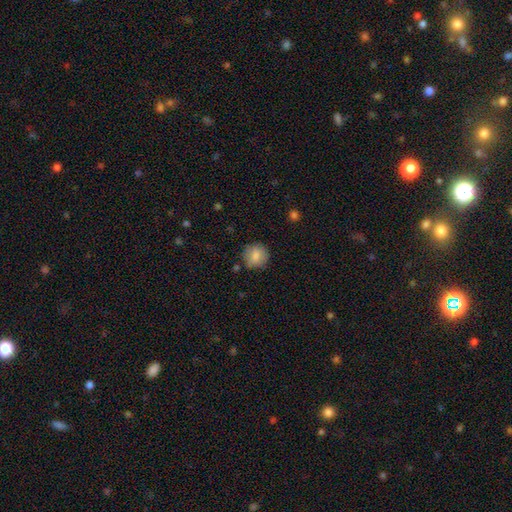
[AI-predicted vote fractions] Smooth or featured? smooth (82%)
How rounded? round (90%)
Merging? none (82%)